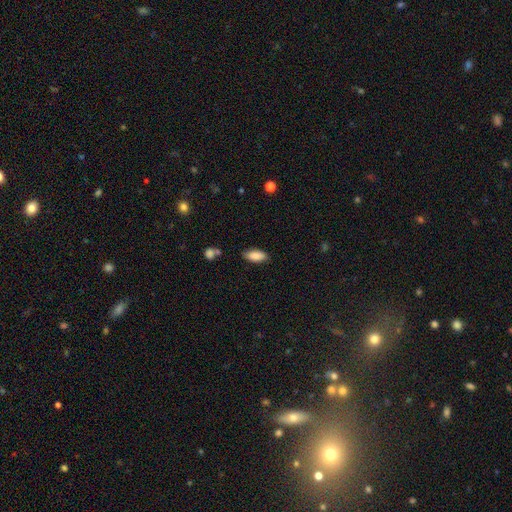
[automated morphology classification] Overall: smooth (87%). How rounded: in between (85%). Merging: none (82%).